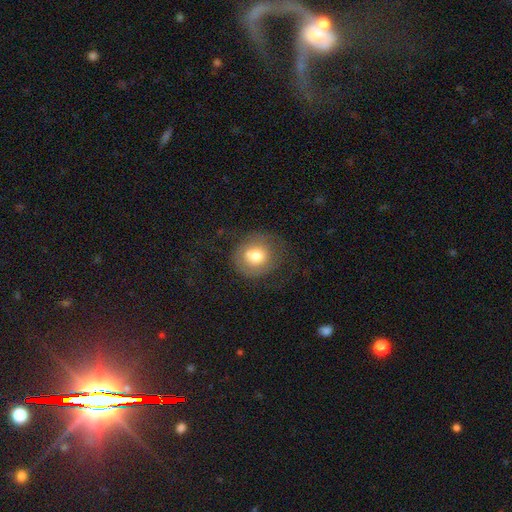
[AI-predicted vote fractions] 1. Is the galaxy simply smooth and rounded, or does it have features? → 65% smooth, 25% featured or disk, 10% star or artifact.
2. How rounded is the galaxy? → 83% round, 16% in between, 1% cigar-shaped.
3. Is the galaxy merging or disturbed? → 56% none, 21% minor disturbance, 18% major disturbance, 6% merger.